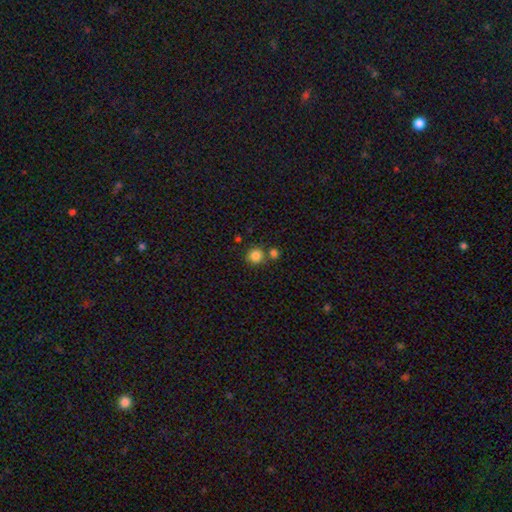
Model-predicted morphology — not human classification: smooth-or-featured: smooth: 84% | star or artifact: 11% | featured or disk: 5%
  how-rounded: round: 91% | in between: 8% | cigar-shaped: 1%
  merging: none: 70% | merger: 18% | minor disturbance: 9% | major disturbance: 3%